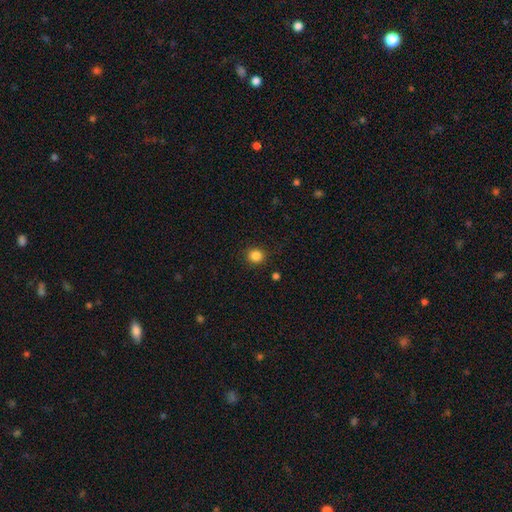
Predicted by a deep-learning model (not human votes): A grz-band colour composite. It shows a smooth galaxy with no disk features (85%) that is round (86%). Merging: none (89%).